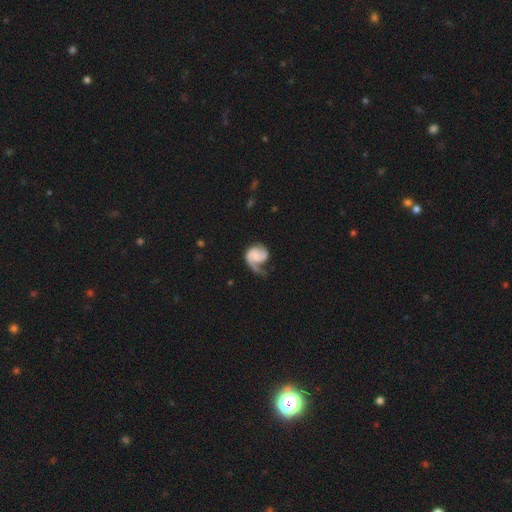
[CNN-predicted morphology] Overall: featured or disk (75%). Edge-on disk: no (98%). Bar: no (59%; weak 32%). Spiral arms: yes (95%). Spiral arm count: 2 (47%; 1 46%). Spiral winding: medium (40%; loose 33%). Bulge size: none (56%; small 25%). Merging: none (39%; major disturbance 32%).